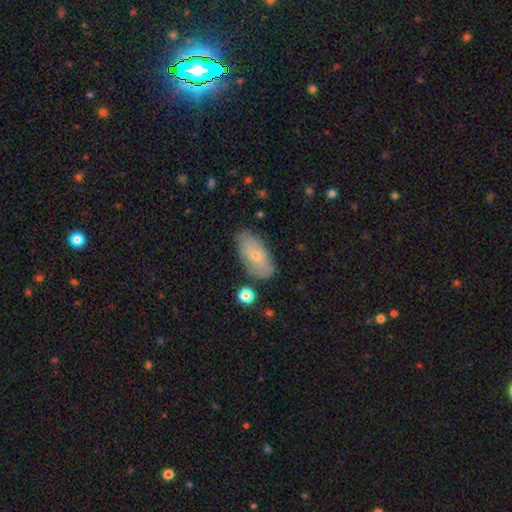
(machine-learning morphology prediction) smooth-or-featured: smooth: 59% | featured or disk: 33% | star or artifact: 7%
  how-rounded: in between: 91% | cigar-shaped: 5% | round: 4%
  merging: none: 77% | minor disturbance: 17% | major disturbance: 4% | merger: 3%